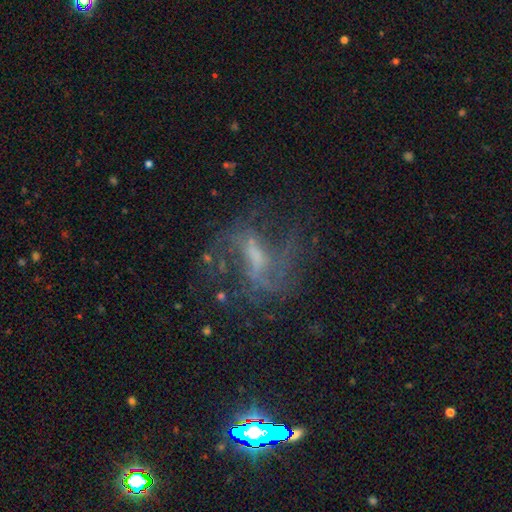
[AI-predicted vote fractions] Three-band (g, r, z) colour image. It shows a featured or disk galaxy (75%) with a weak bar (47%), 2 (56%) loose (52%) spiral arms (78%) and a small central bulge (33%). Merging: none (53%).